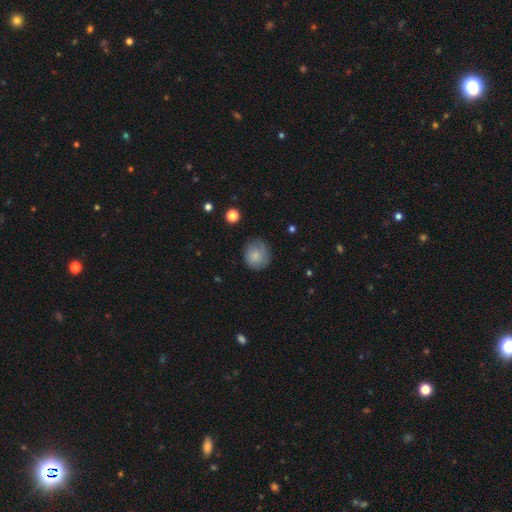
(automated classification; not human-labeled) A smooth galaxy with no disk features (78%) that is round (83%).

Vote fractions:
- Smooth or featured? smooth: 78% / featured or disk: 14% / star or artifact: 8%
- How rounded? round: 83% / in between: 16% / cigar-shaped: 1%
- Merging? none: 74% / minor disturbance: 19% / major disturbance: 5% / merger: 1%